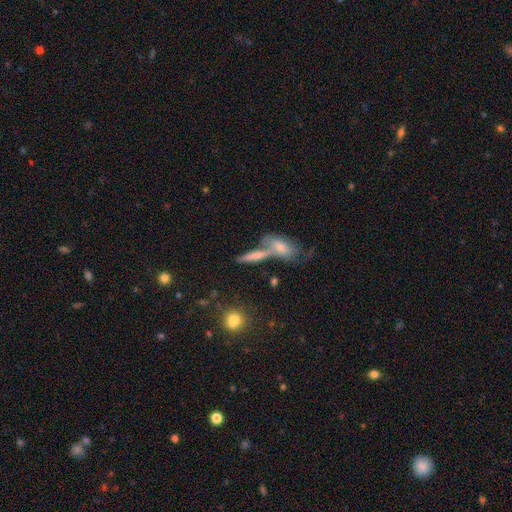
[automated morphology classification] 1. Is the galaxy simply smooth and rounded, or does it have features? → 59% smooth, 31% featured or disk, 10% star or artifact.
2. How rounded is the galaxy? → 64% cigar-shaped, 31% in between, 4% round.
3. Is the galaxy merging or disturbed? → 43% none, 42% merger, 10% minor disturbance, 5% major disturbance.